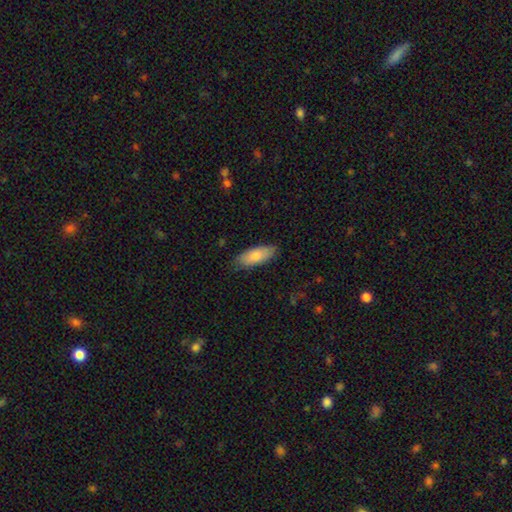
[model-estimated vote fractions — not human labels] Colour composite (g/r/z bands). It shows a smooth galaxy with no disk features (83%) that is in between round and cigar-shaped (78%). Merging: none (82%).